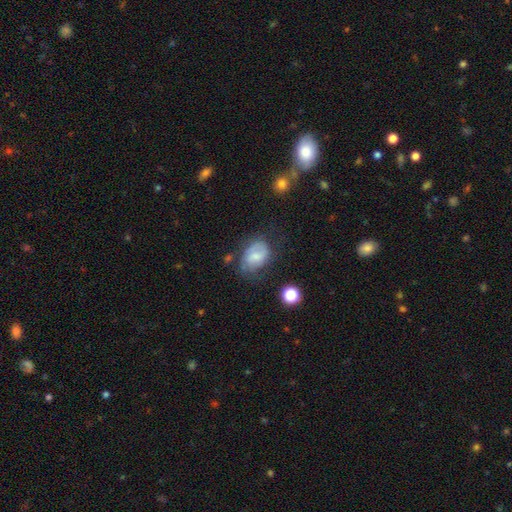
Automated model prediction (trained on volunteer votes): A smooth galaxy with no disk features (56%) that is in between round and cigar-shaped (74%).

Vote fractions:
- Smooth or featured? smooth: 56% / featured or disk: 34% / star or artifact: 10%
- How rounded? in between: 74% / round: 25% / cigar-shaped: 1%
- Merging? none: 45% / minor disturbance: 31% / major disturbance: 20% / merger: 4%